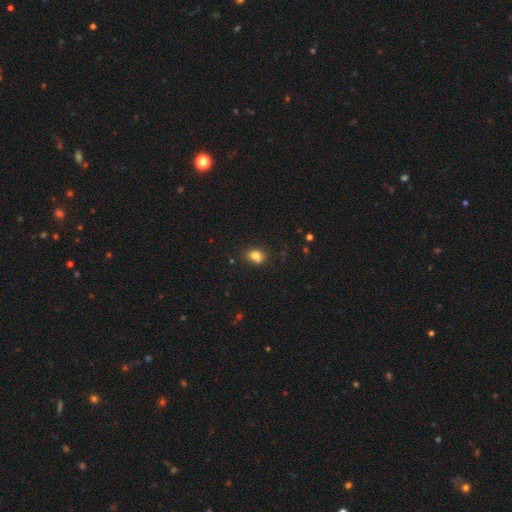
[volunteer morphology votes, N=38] smooth 79%, featured or disk 21%, star or artifact 0%. Down the decision tree: how rounded — round (50%); merging — merger (42%).